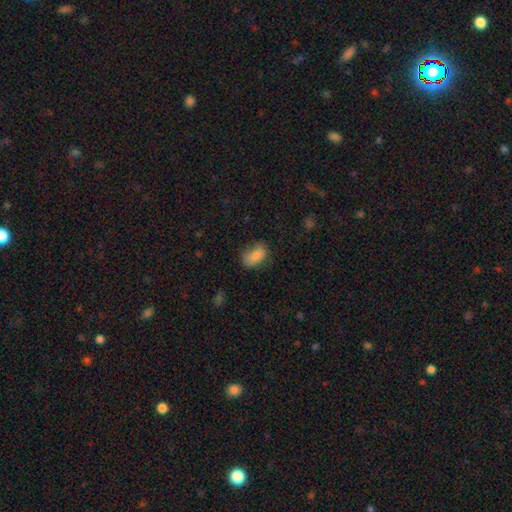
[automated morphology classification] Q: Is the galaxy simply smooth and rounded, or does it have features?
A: smooth — 82%.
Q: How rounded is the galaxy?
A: in between — 89%.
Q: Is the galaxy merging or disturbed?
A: none — 61%.